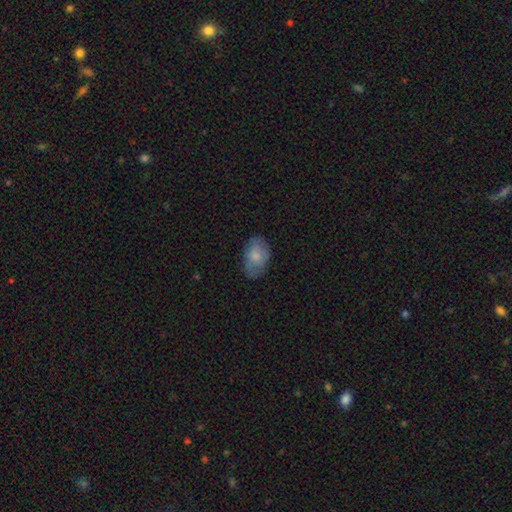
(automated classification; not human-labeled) This is likely a smooth galaxy (74%). How rounded: clearly in between (87%). Merging: likely none (69%).